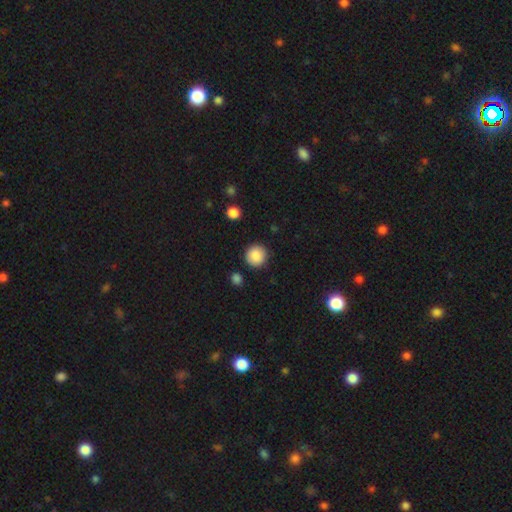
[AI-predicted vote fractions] Smooth or featured? smooth (88%)
How rounded? round (93%)
Merging? none (90%)